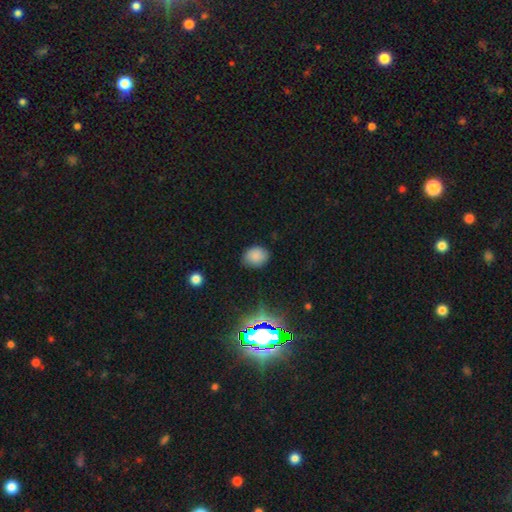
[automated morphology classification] Smooth or featured? smooth (81%)
How rounded? round (51%)
Merging? none (79%)